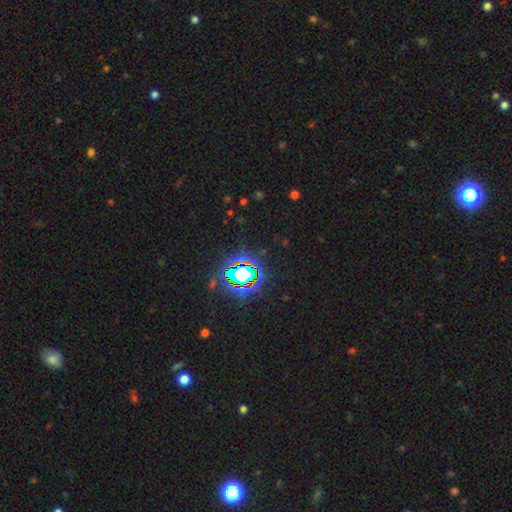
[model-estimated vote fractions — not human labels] This is likely a star or artifact rather than a galaxy (79%).